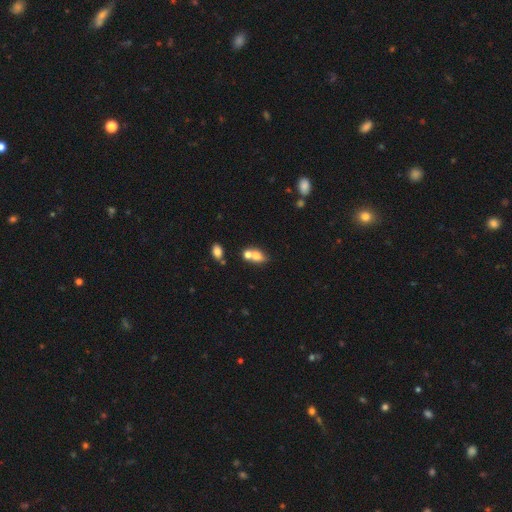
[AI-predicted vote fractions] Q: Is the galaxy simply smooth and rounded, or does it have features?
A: smooth — 71%.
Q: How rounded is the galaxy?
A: in between — 68%.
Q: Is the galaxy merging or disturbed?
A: merger — 54%.